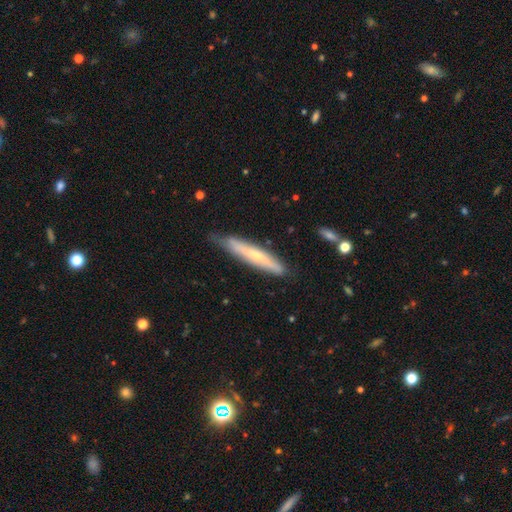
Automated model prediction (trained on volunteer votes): smooth_or_featured: featured or disk (p=0.50) [alt: smooth p=0.44]
disk_edge_on: yes (p=0.81) [alt: no p=0.19]
merging: none (p=0.74) [alt: minor disturbance p=0.21]